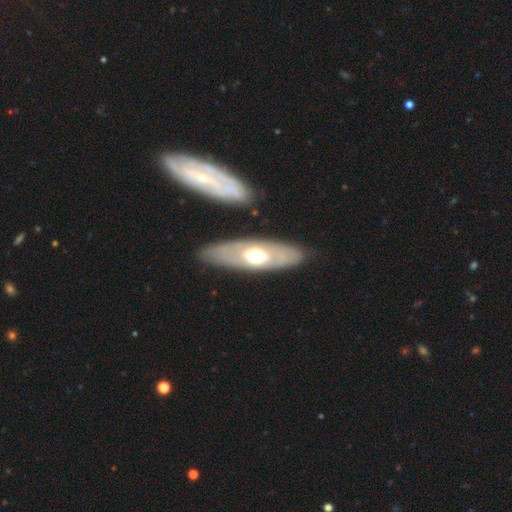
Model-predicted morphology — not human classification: This appears to be a featured or disk galaxy (54%). Merging: none (84%).